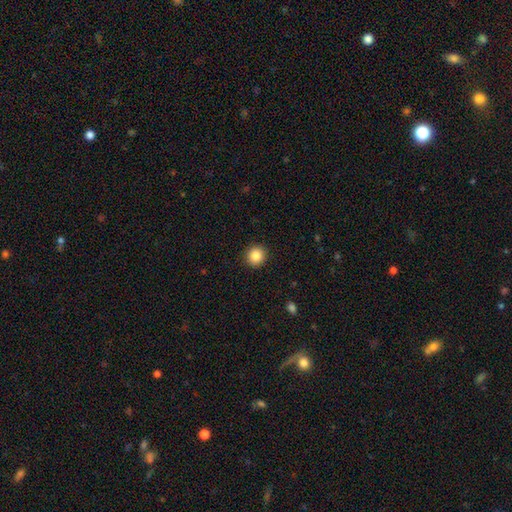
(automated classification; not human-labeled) A smooth galaxy with no disk features (86%) that is round (91%). Merging: none (92%).